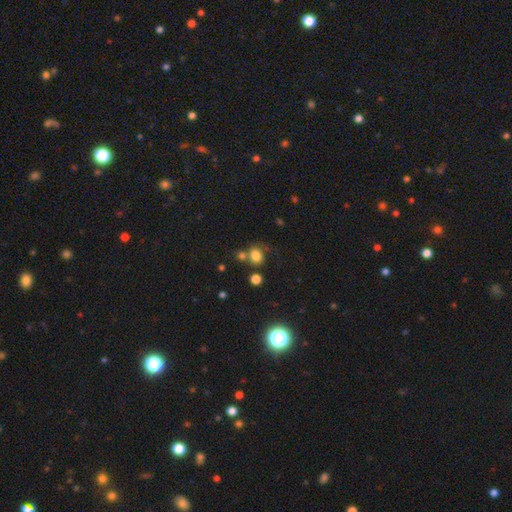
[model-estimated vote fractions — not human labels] Overall: smooth (77%). How rounded: round (69%; in between 30%). Merging: none (52%; merger 23%).